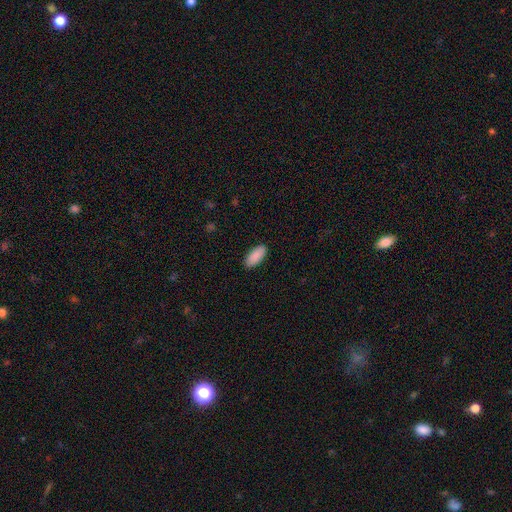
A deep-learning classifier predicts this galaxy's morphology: Overall: smooth (91%). How rounded: in between (88%). Merging: none (90%).